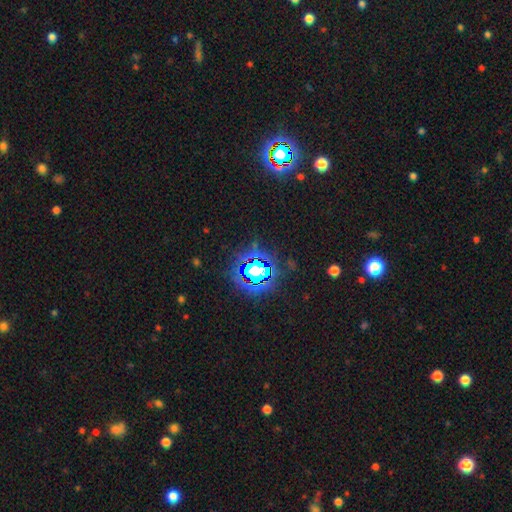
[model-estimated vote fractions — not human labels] Smooth or featured? star or artifact (82%)